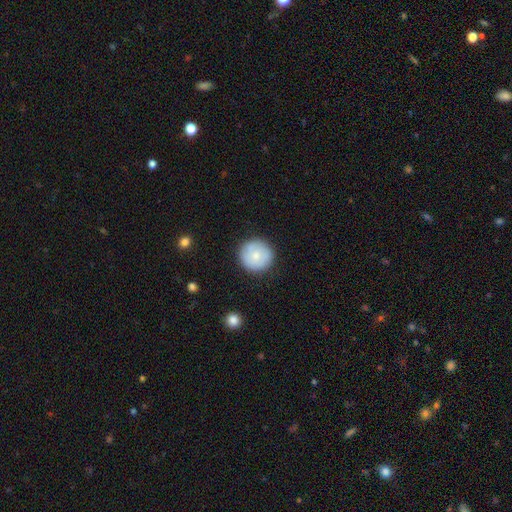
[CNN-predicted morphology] smooth-or-featured: smooth: 73% | featured or disk: 20% | star or artifact: 7%
  how-rounded: round: 96% | in between: 3% | cigar-shaped: 1%
  merging: none: 87% | minor disturbance: 9% | major disturbance: 2% | merger: 1%